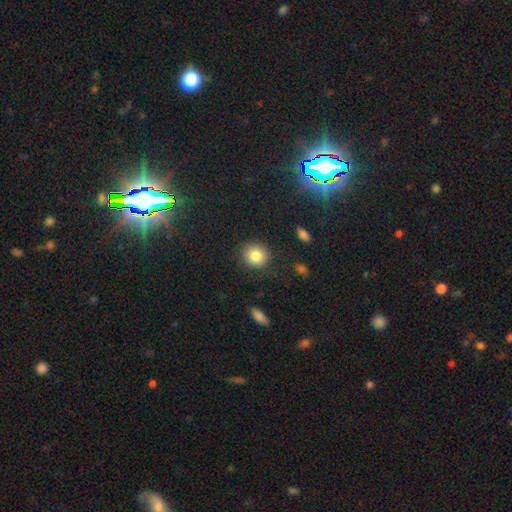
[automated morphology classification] Smooth or featured: smooth — 84% (star or artifact — 9%)
How rounded: round — 89% (in between — 10%)
Merging: none — 88% (minor disturbance — 7%)